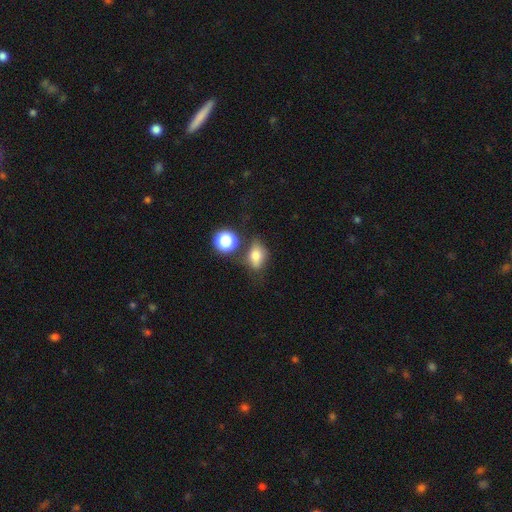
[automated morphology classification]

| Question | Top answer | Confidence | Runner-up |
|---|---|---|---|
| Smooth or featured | smooth | 71% | featured or disk (15%) |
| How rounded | in between | 72% | round (26%) |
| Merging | none | 56% | minor disturbance (24%) |